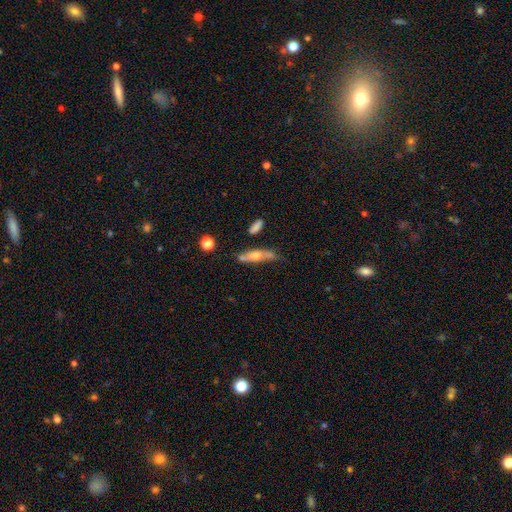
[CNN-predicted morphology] Smooth or featured? featured or disk (48%)
Merging? none (52%)